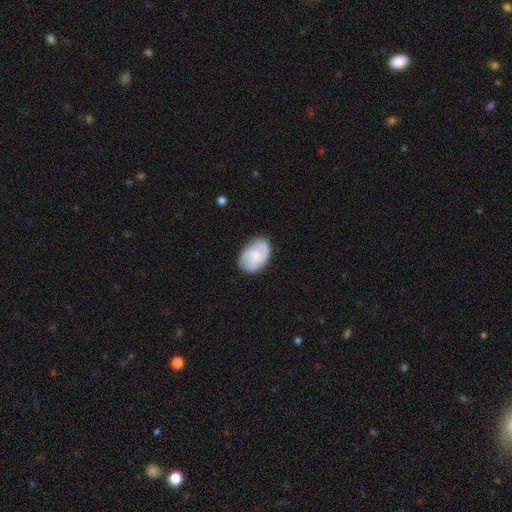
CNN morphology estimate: Overall: featured or disk (58%; smooth 36%). Edge-on disk: no (97%). Bar: no (65%; weak 30%). Spiral arms: yes (90%). Spiral arm count: 2 (46%; 3 25%). Spiral winding: medium (46%; tight 34%). Bulge size: small (37%; none 33%). Merging: none (71%).